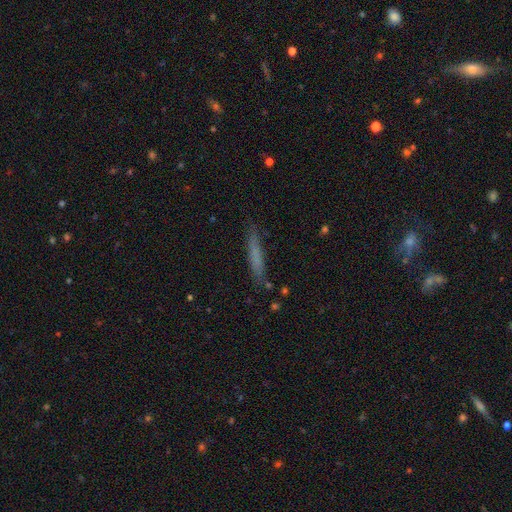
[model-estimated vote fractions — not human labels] This appears to be a smooth galaxy with no disk features (66%) that is cigar-shaped (94%). Merging: none (84%).